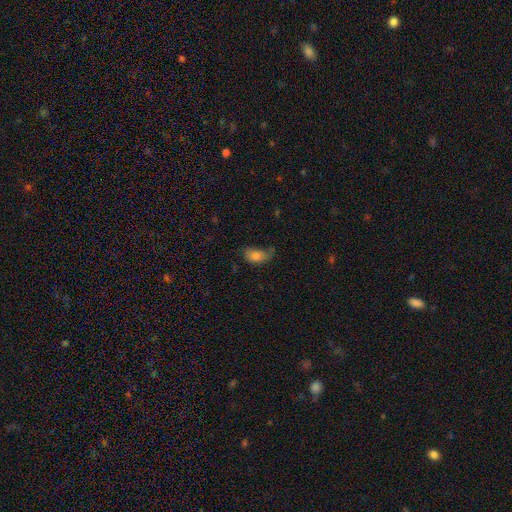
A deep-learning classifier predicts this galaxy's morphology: Smooth or featured?
  - smooth: 78% *
  - featured or disk: 13%
  - star or artifact: 9%
How rounded?
  - in between: 89% *
  - round: 9%
  - cigar-shaped: 3%
Merging?
  - minor disturbance: 39% *
  - none: 36%
  - major disturbance: 21%
  - merger: 4%